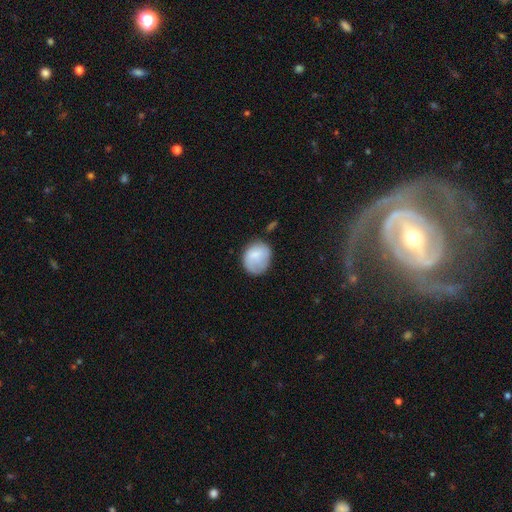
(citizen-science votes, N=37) A smooth galaxy with no disk features (86%) that is round (75%). Merging: none (54%).